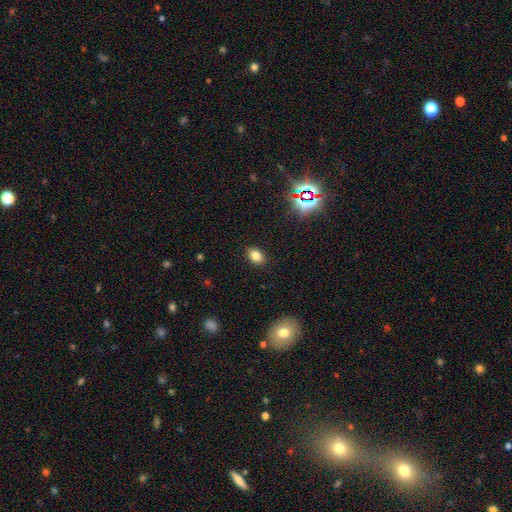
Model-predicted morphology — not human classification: This is likely a smooth galaxy (80%). How rounded: clearly in between (81%). Merging: clearly none (88%).